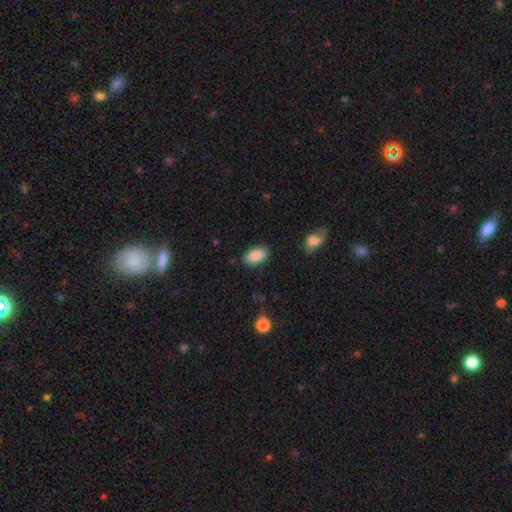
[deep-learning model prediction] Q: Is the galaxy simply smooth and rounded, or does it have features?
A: smooth — 87%.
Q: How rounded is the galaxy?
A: in between — 93%.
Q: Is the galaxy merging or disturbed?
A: none — 85%.